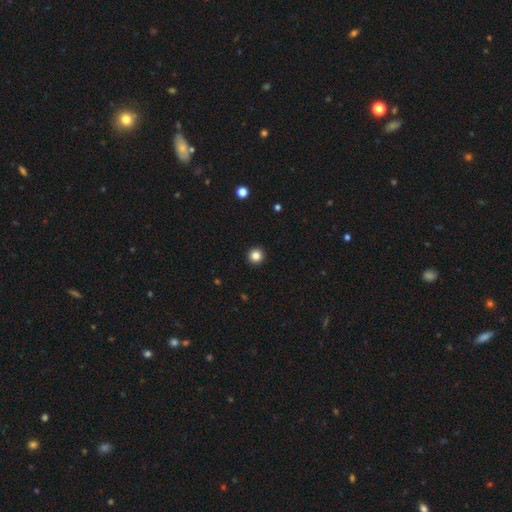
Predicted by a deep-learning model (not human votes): Smooth or featured?
  - smooth: 85% *
  - star or artifact: 11%
  - featured or disk: 4%
How rounded?
  - round: 96% *
  - in between: 3%
  - cigar-shaped: 1%
Merging?
  - none: 94% *
  - minor disturbance: 4%
  - major disturbance: 1%
  - merger: 1%